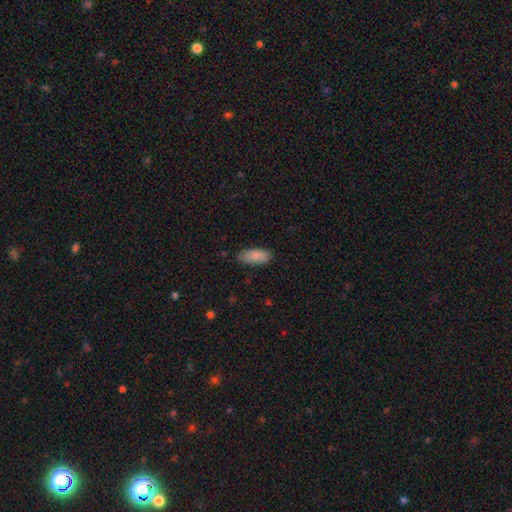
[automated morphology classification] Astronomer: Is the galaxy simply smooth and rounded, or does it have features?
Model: smooth — 85%.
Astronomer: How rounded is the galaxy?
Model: in between — 82%.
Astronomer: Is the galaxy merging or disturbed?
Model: none — 81%.